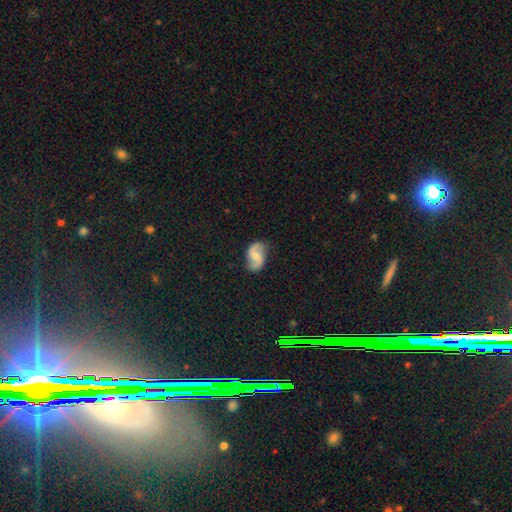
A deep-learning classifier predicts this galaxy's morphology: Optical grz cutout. It shows a featured or disk galaxy (75%) with a weak bar (46%), 2 (93%) loose (51%) spiral arms (94%) and a moderate central bulge (50%). Merging: none (81%).